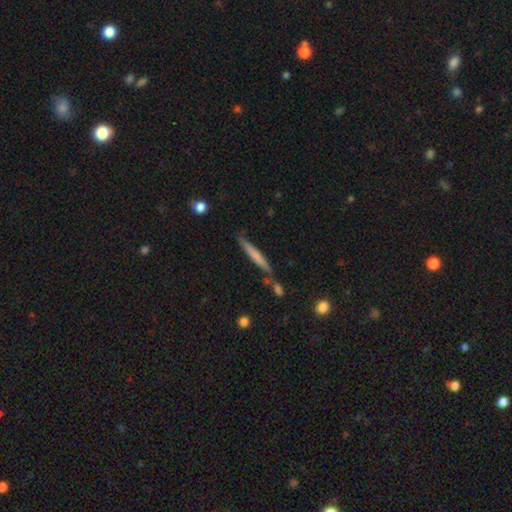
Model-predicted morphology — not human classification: Smooth or featured?
  - smooth: 60% *
  - featured or disk: 34%
  - star or artifact: 6%
How rounded?
  - cigar-shaped: 95% *
  - in between: 4%
  - round: 1%
Merging?
  - none: 74% *
  - minor disturbance: 15%
  - merger: 8%
  - major disturbance: 3%